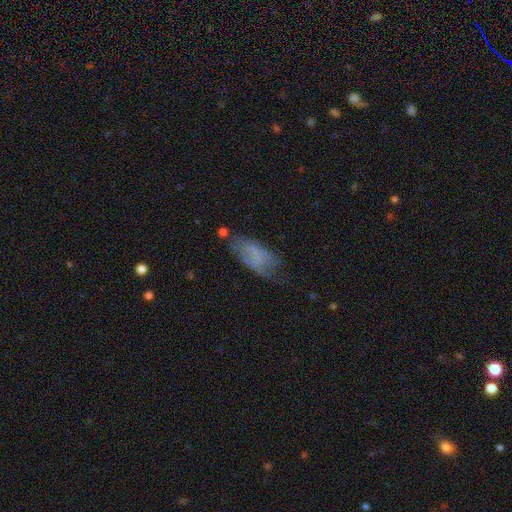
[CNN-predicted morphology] Smooth or featured: smooth — 54% (featured or disk — 36%)
How rounded: in between — 83% (cigar-shaped — 14%)
Merging: none — 49% (minor disturbance — 30%)